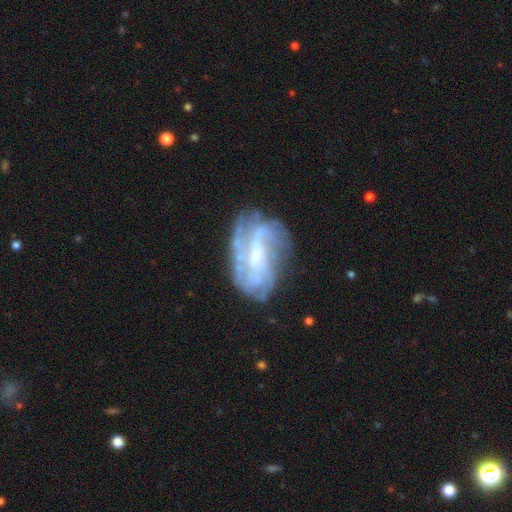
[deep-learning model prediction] This appears to be a featured or disk galaxy (74%) with a weak bar (40%), spiral arms (69%) and a small central bulge (33%). Merging: none (49%).